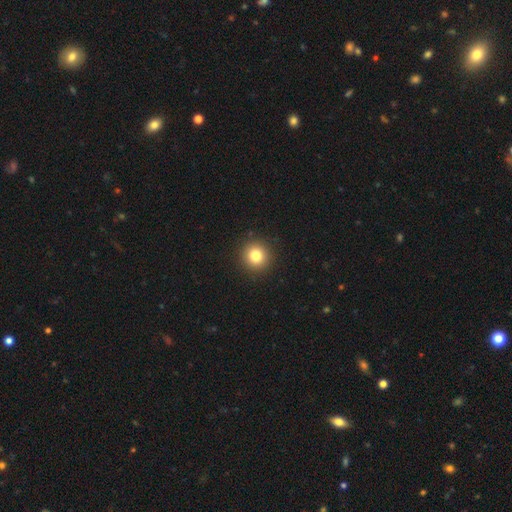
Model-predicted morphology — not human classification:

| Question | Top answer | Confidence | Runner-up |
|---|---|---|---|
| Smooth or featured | smooth | 81% | star or artifact (12%) |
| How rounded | round | 94% | in between (5%) |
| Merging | none | 92% | minor disturbance (5%) |